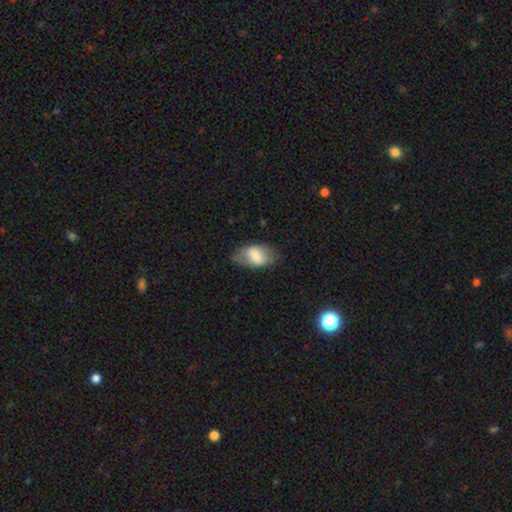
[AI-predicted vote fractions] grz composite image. It shows a smooth galaxy with no disk features (65%) that is in between round and cigar-shaped (91%). Merging: none (71%).